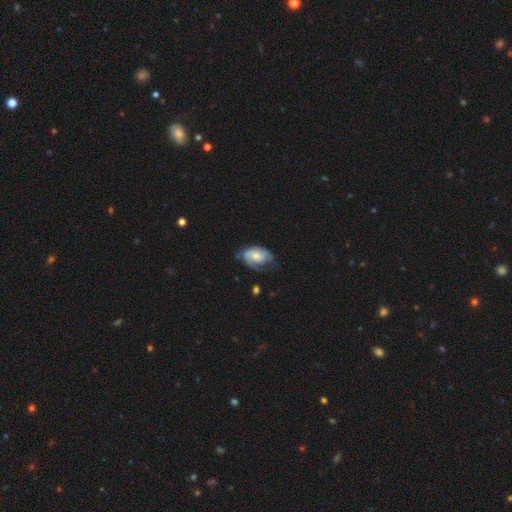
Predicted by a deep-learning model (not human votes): Morphology: type=featured or disk (63%); edge-on=no (96%); bar=no (67%); spiral arms=yes (87%); winding=tight (41%); arm count=2 (48%); bulge=moderate (47%); merging=none (51%).